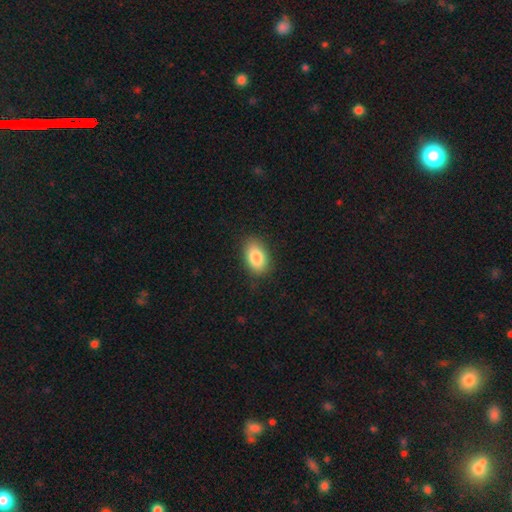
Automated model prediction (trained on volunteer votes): Overall: smooth (86%). How rounded: in between (90%). Merging: none (85%).